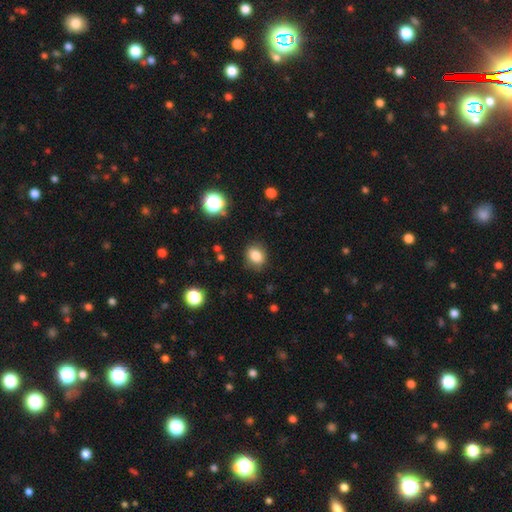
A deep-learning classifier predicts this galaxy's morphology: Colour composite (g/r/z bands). It shows a smooth galaxy with no disk features (83%) that is round (51%). Merging: none (84%).